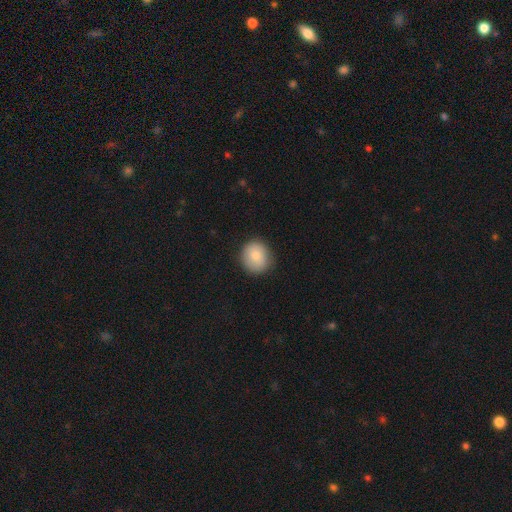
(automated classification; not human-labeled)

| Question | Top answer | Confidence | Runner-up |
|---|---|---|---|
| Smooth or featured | smooth | 83% | featured or disk (10%) |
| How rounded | round | 82% | in between (17%) |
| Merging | none | 85% | minor disturbance (11%) |